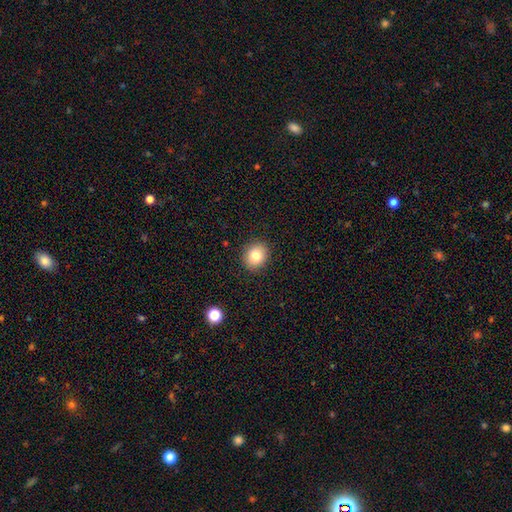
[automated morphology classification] This appears to be a smooth galaxy with no disk features (82%) that is round (72%). Merging: none (91%).